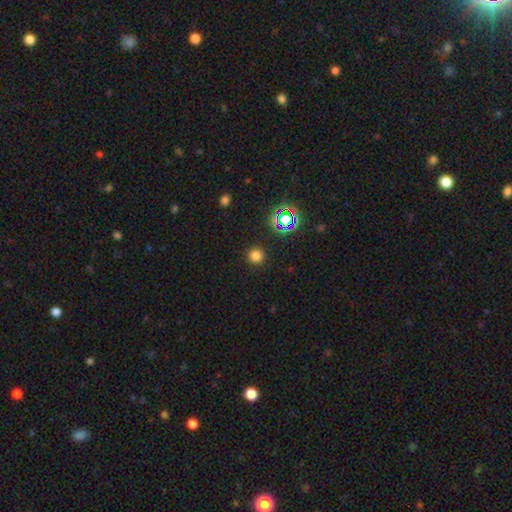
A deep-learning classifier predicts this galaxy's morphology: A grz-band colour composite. It shows a smooth galaxy with no disk features (75%) that is round (95%). Merging: none (91%).